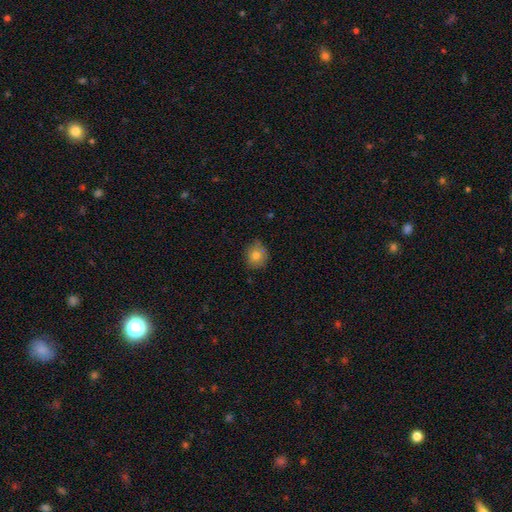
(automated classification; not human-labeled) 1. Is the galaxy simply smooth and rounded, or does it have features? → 79% smooth, 11% featured or disk, 10% star or artifact.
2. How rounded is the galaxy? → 79% round, 20% in between, 1% cigar-shaped.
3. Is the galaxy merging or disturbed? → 77% none, 19% minor disturbance, 3% major disturbance, 1% merger.